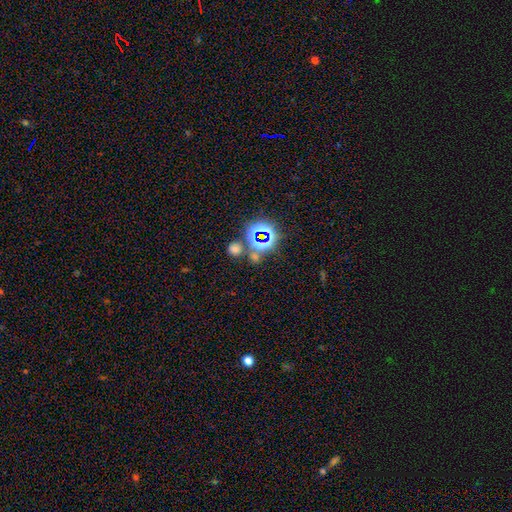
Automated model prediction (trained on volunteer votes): A star or artifact, not a galaxy (51%).

Vote fractions:
- Smooth or featured? star or artifact: 51% / smooth: 42% / featured or disk: 7%